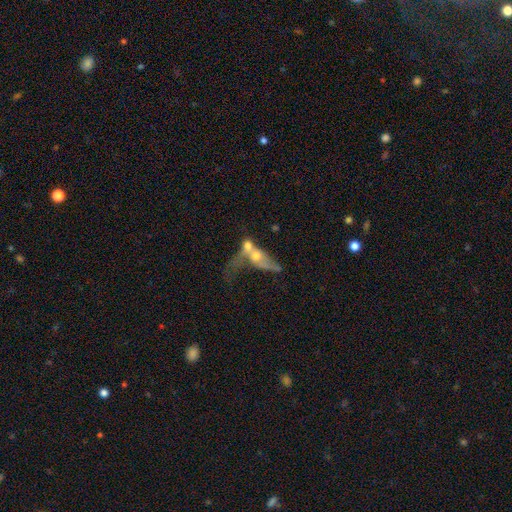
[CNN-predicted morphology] Overall: featured or disk (48%; smooth 42%). Merging: merger (63%).